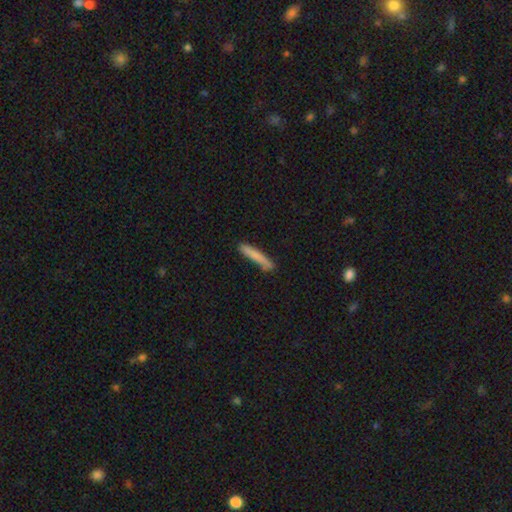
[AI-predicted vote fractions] smooth 79%, featured or disk 15%, star or artifact 6%. Down the decision tree: how rounded — cigar-shaped (94%); merging — none (81%).